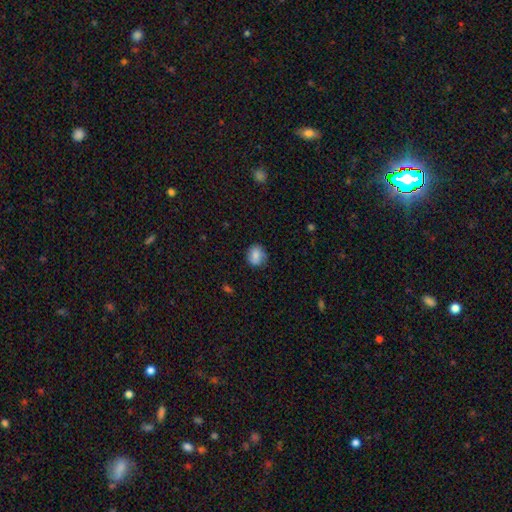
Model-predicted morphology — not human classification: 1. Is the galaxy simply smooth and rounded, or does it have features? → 78% smooth, 14% featured or disk, 8% star or artifact.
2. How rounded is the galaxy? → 65% round, 34% in between, 1% cigar-shaped.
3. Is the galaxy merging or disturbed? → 72% none, 21% minor disturbance, 5% major disturbance, 1% merger.